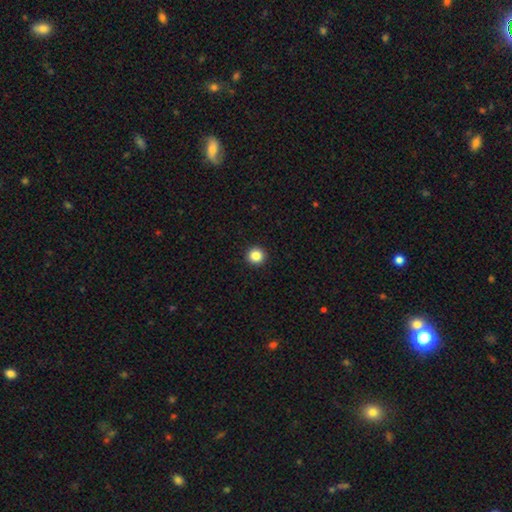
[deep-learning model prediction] Smooth or featured? Predicted: smooth (p=0.86). How rounded? Predicted: round (p=0.95). Merging? Predicted: none (p=0.94).